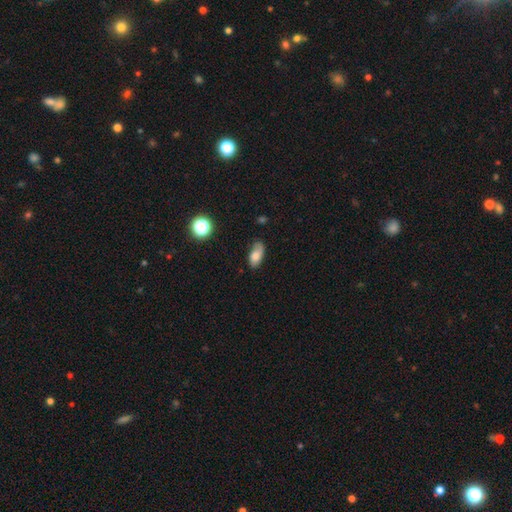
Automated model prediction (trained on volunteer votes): Smooth or featured? Predicted: smooth (p=0.75). How rounded? Predicted: in between (p=0.90). Merging? Predicted: none (p=0.60).